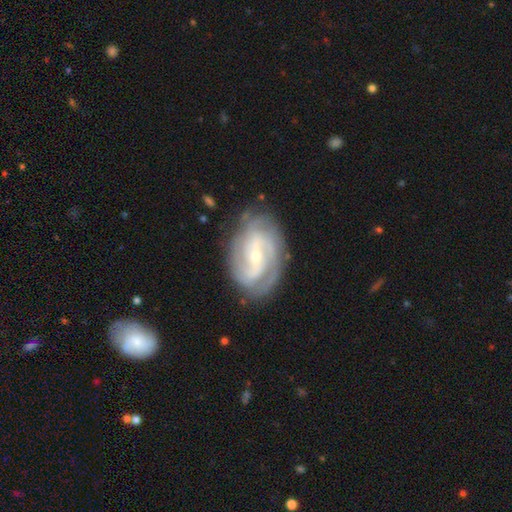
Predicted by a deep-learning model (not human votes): smooth_or_featured: featured or disk (p=0.87) [alt: smooth p=0.08]
disk_edge_on: no (p=0.97) [alt: yes p=0.03]
bar: weak (p=0.45) [alt: strong p=0.33]
has_spiral_arms: yes (p=0.96) [alt: no p=0.04]
spiral_winding: tight (p=0.51) [alt: medium p=0.39]
spiral_arm_count: 2 (p=0.48) [alt: 3 p=0.20]
bulge_size: small (p=0.69) [alt: moderate p=0.27]
merging: none (p=0.75) [alt: minor disturbance p=0.17]